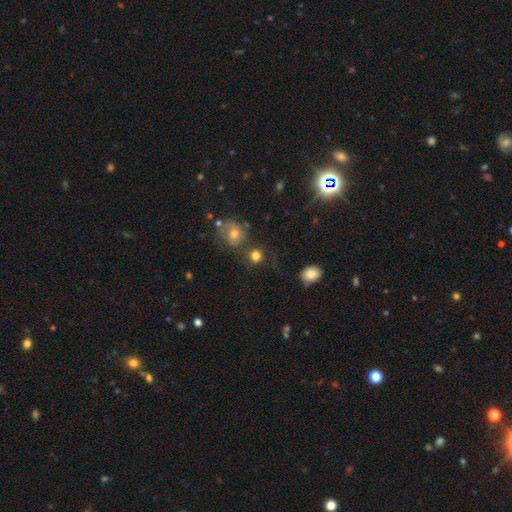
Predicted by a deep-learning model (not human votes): Smooth or featured?
  - smooth: 80% *
  - star or artifact: 12%
  - featured or disk: 8%
How rounded?
  - round: 86% *
  - in between: 13%
  - cigar-shaped: 1%
Merging?
  - none: 69% *
  - merger: 13%
  - minor disturbance: 12%
  - major disturbance: 6%